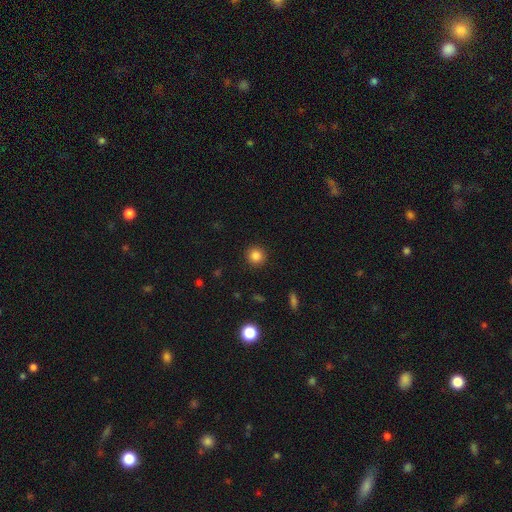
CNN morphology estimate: The model was most divided on "smooth or featured": smooth: 85%, star or artifact: 11%, featured or disk: 4%. More confident: how rounded — round (94%); merging — none (92%).